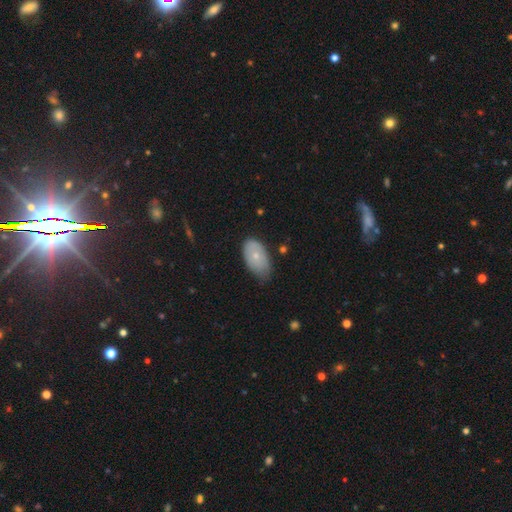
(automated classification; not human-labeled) Smooth or featured? smooth (68%)
How rounded? in between (93%)
Merging? none (57%)